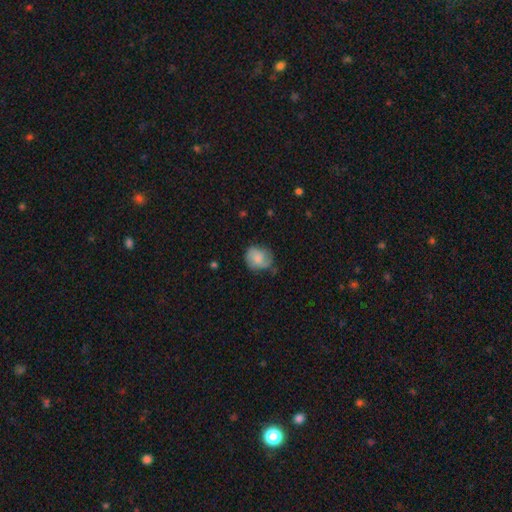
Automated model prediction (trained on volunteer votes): A smooth galaxy with no disk features (49%). Merging: none (64%).